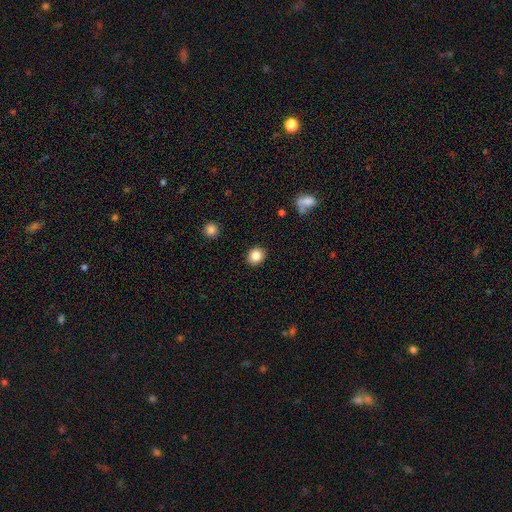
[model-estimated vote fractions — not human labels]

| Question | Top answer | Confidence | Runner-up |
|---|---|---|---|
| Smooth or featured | smooth | 85% | star or artifact (10%) |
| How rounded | round | 68% | in between (31%) |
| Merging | none | 90% | minor disturbance (7%) |